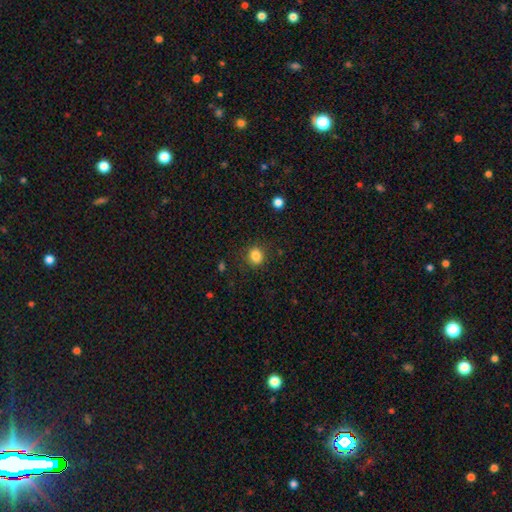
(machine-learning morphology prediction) Smooth or featured: smooth — 84% (star or artifact — 11%)
How rounded: round — 63% (in between — 36%)
Merging: none — 84% (minor disturbance — 11%)